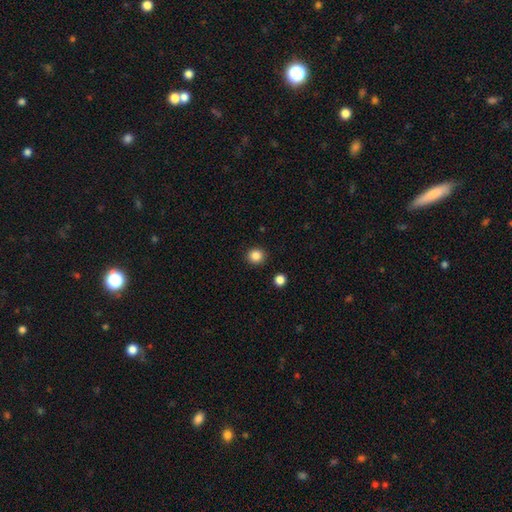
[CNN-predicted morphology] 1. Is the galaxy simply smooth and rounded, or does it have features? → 86% smooth, 11% star or artifact, 3% featured or disk.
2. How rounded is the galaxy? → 91% round, 8% in between, 1% cigar-shaped.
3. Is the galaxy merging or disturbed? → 91% none, 5% minor disturbance, 2% major disturbance, 2% merger.